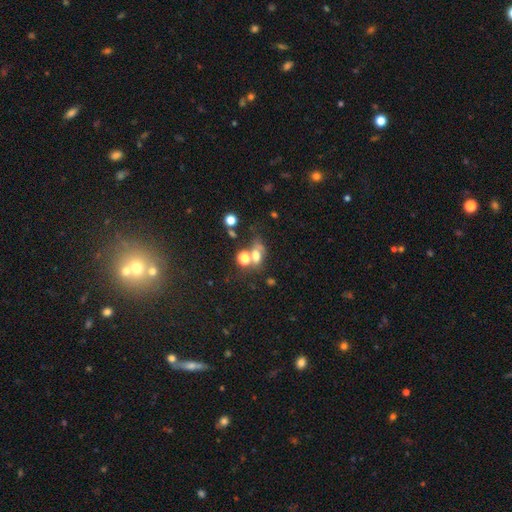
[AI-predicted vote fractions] Smooth or featured: smooth — 58% (star or artifact — 24%)
How rounded: in between — 58% (round — 38%)
Merging: merger — 38% (none — 37%)